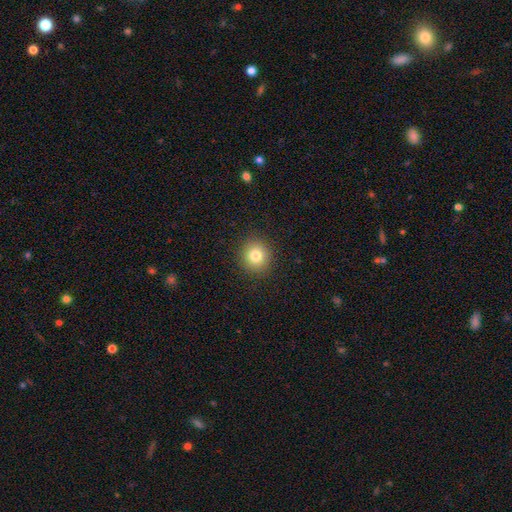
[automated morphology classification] This is clearly a smooth galaxy (81%). How rounded: clearly round (89%). Merging: clearly none (91%).